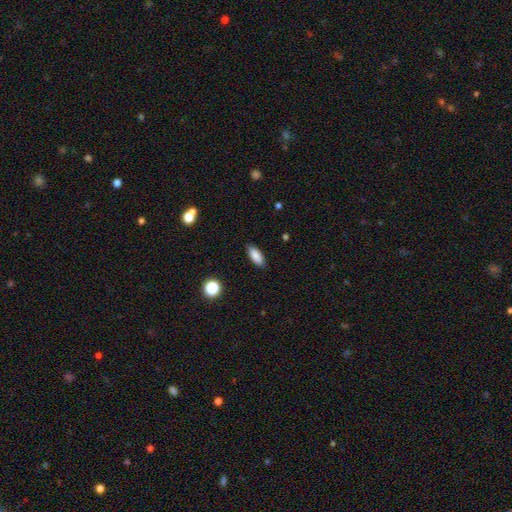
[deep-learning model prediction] Q: Smooth or featured?
A: smooth (86%); runner-up: star or artifact (8%)
Q: How rounded?
A: in between (83%); runner-up: cigar-shaped (14%)
Q: Merging?
A: none (87%); runner-up: minor disturbance (9%)